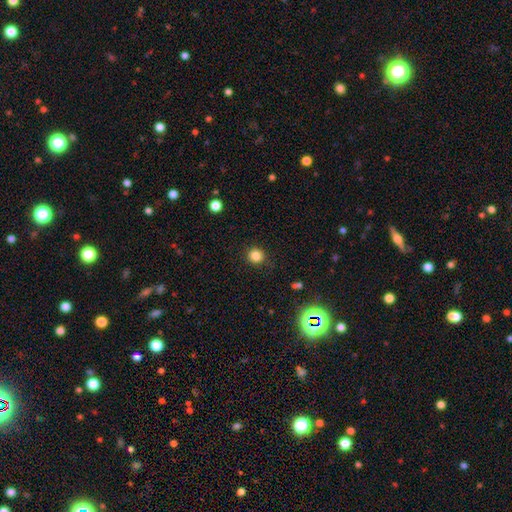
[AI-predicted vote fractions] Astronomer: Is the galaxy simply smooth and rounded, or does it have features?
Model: smooth — 83%.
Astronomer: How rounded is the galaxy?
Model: round — 92%.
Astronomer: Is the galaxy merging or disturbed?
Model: none — 89%.